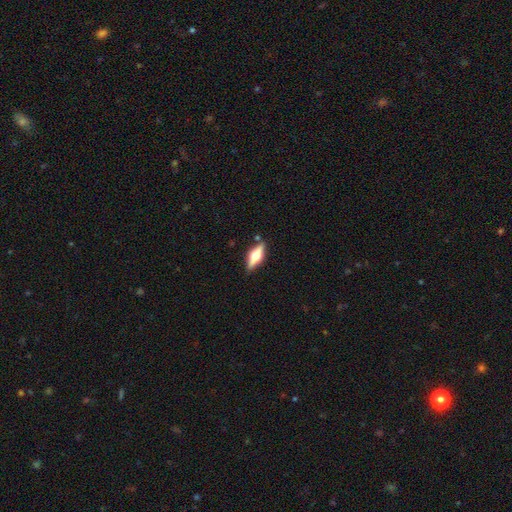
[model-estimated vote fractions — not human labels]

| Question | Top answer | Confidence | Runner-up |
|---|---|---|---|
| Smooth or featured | featured or disk | 61% | smooth (33%) |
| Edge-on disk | yes | 95% | no (5%) |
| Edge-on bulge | rounded | 92% | boxy (6%) |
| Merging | none | 84% | minor disturbance (11%) |